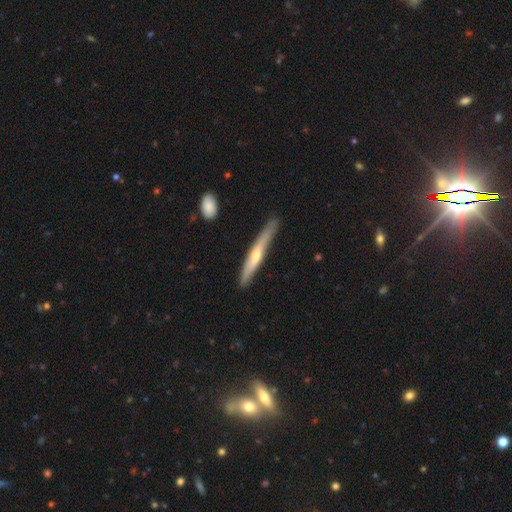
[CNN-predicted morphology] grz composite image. It shows a featured or disk galaxy (56%) viewed edge-on (93%) with a rounded central bulge (69%). Merging: none (81%).